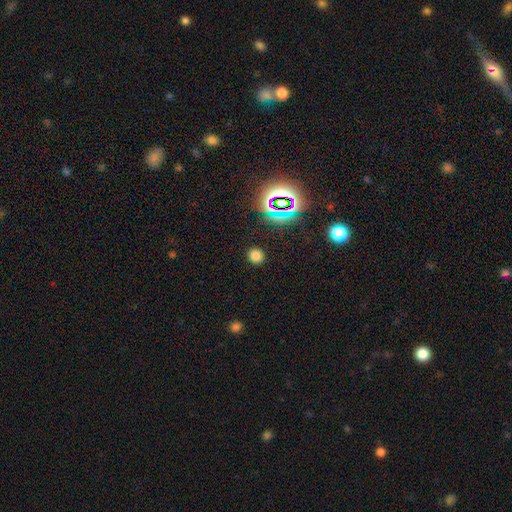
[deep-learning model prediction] smooth 72%, star or artifact 23%, featured or disk 5%. Down the decision tree: how rounded — round (88%); merging — none (90%).